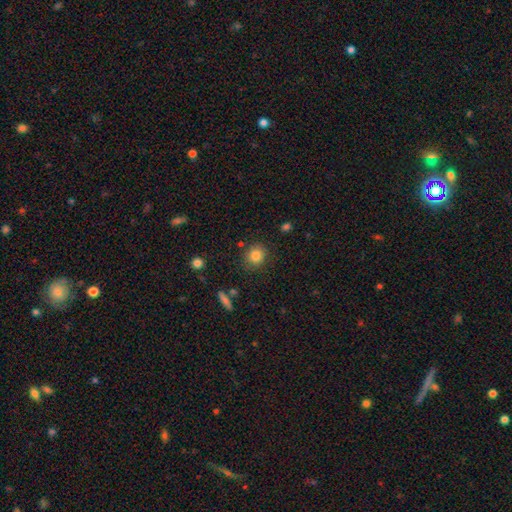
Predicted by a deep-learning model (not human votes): smooth_or_featured: smooth (p=0.82) [alt: star or artifact p=0.11]
how_rounded: round (p=0.84) [alt: in between p=0.14]
merging: none (p=0.85) [alt: minor disturbance p=0.09]